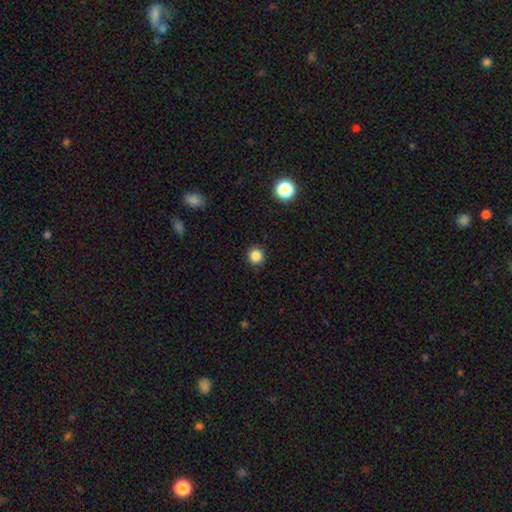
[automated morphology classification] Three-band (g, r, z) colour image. It shows a smooth galaxy with no disk features (85%) that is round (94%). Merging: none (92%).